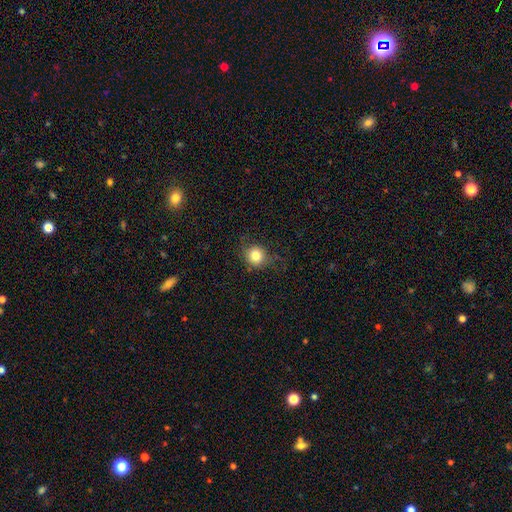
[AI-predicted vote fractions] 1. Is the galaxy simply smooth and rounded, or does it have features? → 81% smooth, 11% star or artifact, 8% featured or disk.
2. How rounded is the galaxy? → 88% round, 11% in between, 1% cigar-shaped.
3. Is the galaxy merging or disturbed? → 76% none, 17% minor disturbance, 6% major disturbance, 1% merger.